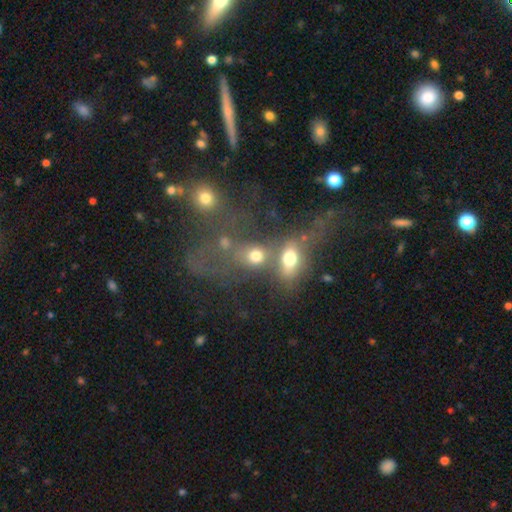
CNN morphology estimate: Smooth or featured: smooth — 63% (featured or disk — 19%)
How rounded: in between — 50% (round — 47%)
Merging: merger — 55% (none — 26%)